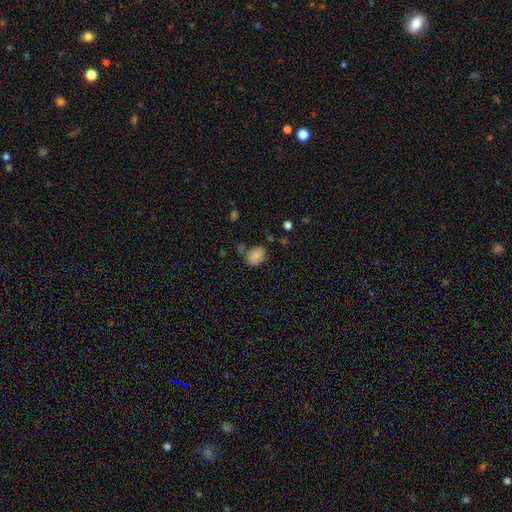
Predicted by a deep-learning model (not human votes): Overall: smooth (83%). How rounded: in between (68%; round 31%). Merging: none (64%).